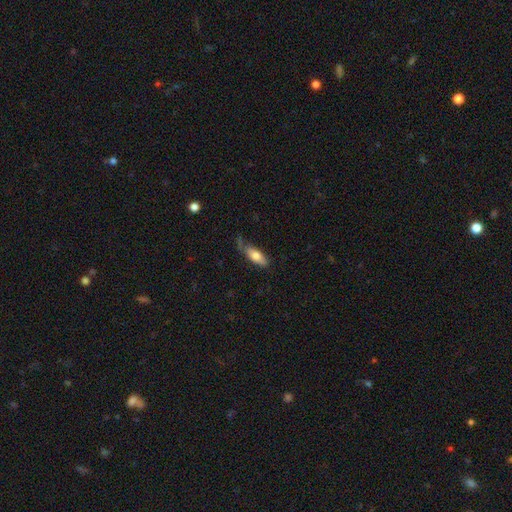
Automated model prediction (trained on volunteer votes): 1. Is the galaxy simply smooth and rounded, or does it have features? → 71% smooth, 22% featured or disk, 6% star or artifact.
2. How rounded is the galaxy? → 67% in between, 31% cigar-shaped, 2% round.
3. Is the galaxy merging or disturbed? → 50% none, 33% minor disturbance, 12% major disturbance, 5% merger.